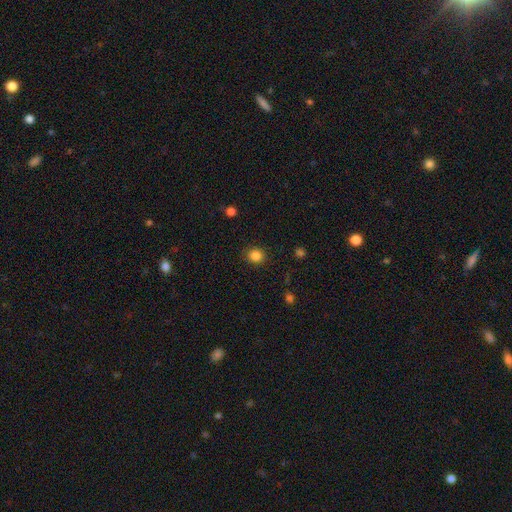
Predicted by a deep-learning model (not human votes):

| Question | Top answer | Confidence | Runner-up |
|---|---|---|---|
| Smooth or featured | smooth | 85% | star or artifact (11%) |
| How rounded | round | 80% | in between (19%) |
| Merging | none | 88% | minor disturbance (8%) |